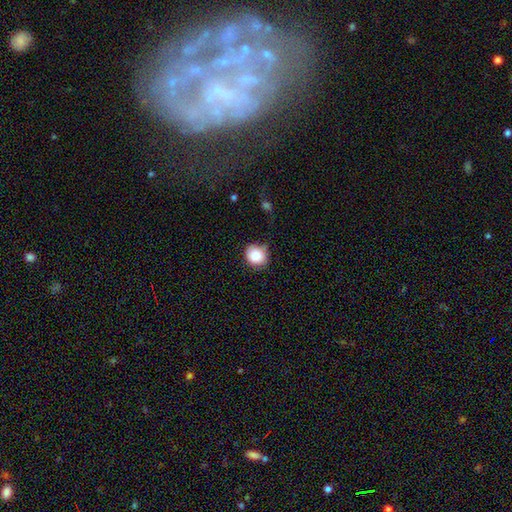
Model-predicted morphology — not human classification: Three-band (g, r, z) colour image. It shows a smooth galaxy with no disk features (86%) that is round (81%). Merging: none (70%).